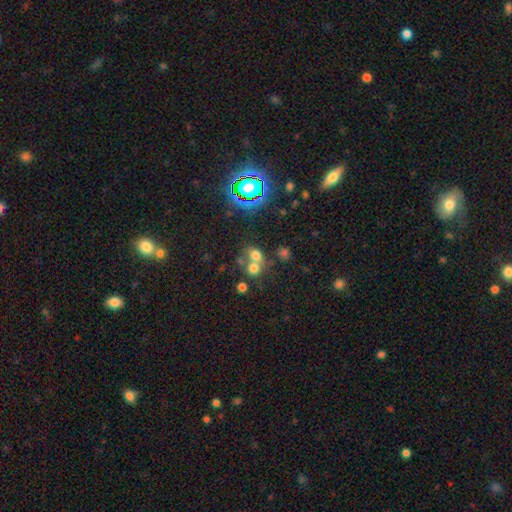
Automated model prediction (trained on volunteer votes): Morphology: type=smooth (63%); roundness=round (67%); merging=merger (51%).